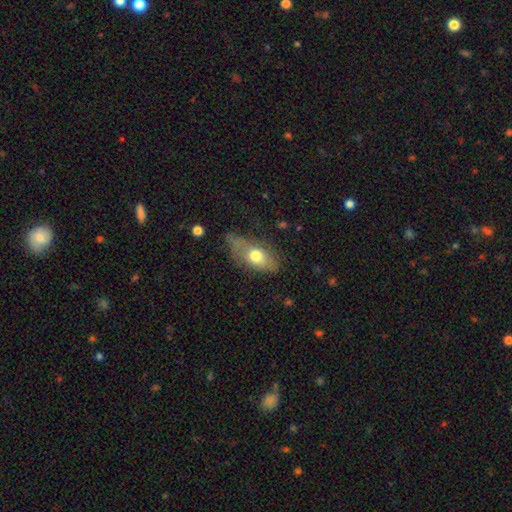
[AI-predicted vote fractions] This appears to be a smooth galaxy with no disk features (63%) that is in between round and cigar-shaped (80%). Merging: none (48%).